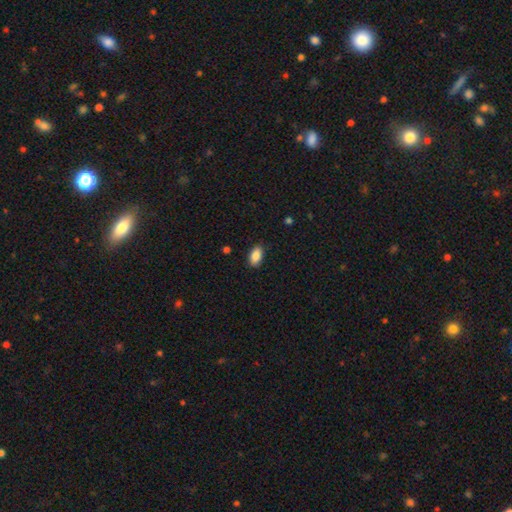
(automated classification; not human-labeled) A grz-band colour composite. It shows a smooth galaxy with no disk features (88%) that is in between round and cigar-shaped (92%). Merging: none (85%).